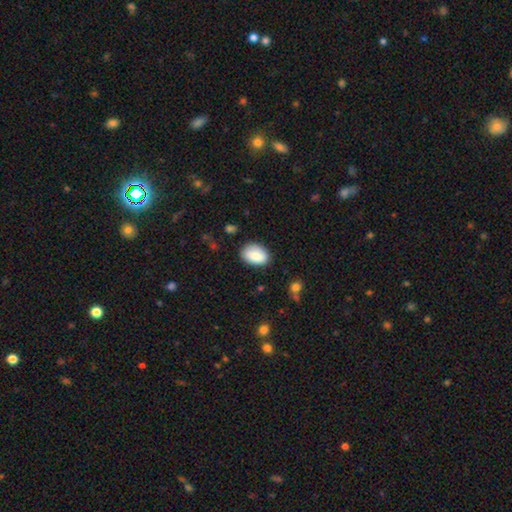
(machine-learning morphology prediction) A smooth galaxy with no disk features (87%) that is in between round and cigar-shaped (87%).

Vote fractions:
- Smooth or featured? smooth: 87% / star or artifact: 7% / featured or disk: 6%
- How rounded? in between: 87% / round: 12% / cigar-shaped: 1%
- Merging? none: 80% / minor disturbance: 15% / major disturbance: 3% / merger: 2%